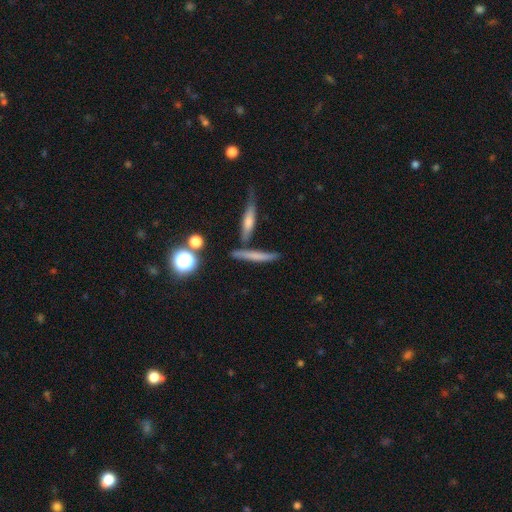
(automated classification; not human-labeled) Overall: smooth (56%; featured or disk 33%). How rounded: cigar-shaped (84%). Merging: none (67%).